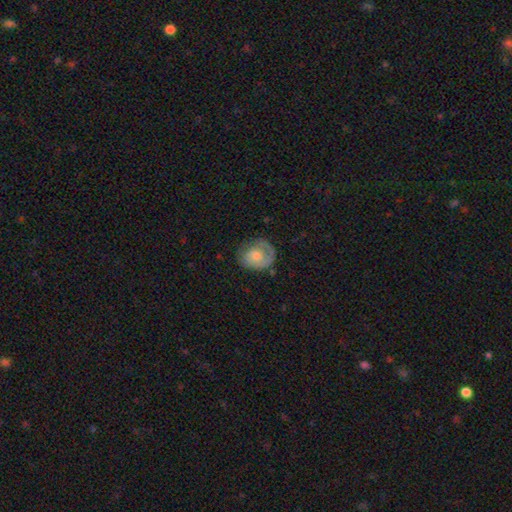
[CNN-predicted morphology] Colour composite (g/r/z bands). It shows a featured or disk galaxy (50%). Merging: none (60%).